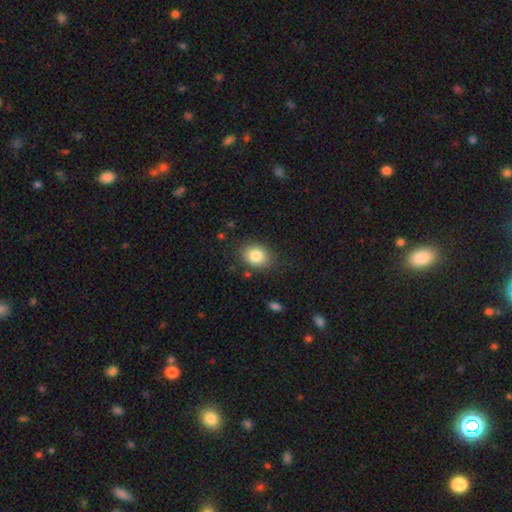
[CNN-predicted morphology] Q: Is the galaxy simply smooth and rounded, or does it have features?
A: smooth — 84%.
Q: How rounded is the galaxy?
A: in between — 57%.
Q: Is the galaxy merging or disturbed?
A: none — 80%.